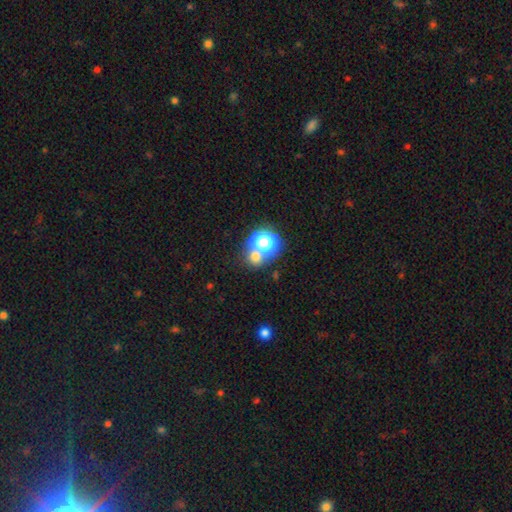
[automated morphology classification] type=smooth (61%); roundness=round (83%); merging=none (56%).